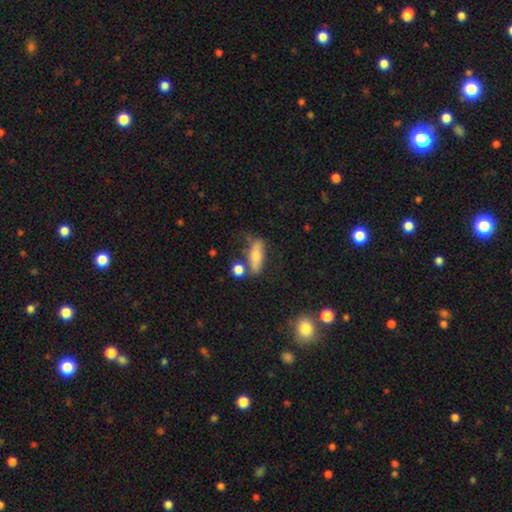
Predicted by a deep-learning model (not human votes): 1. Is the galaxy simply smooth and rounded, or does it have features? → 60% smooth, 32% featured or disk, 8% star or artifact.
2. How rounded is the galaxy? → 59% in between, 36% cigar-shaped, 4% round.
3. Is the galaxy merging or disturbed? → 55% none, 22% minor disturbance, 12% merger, 11% major disturbance.